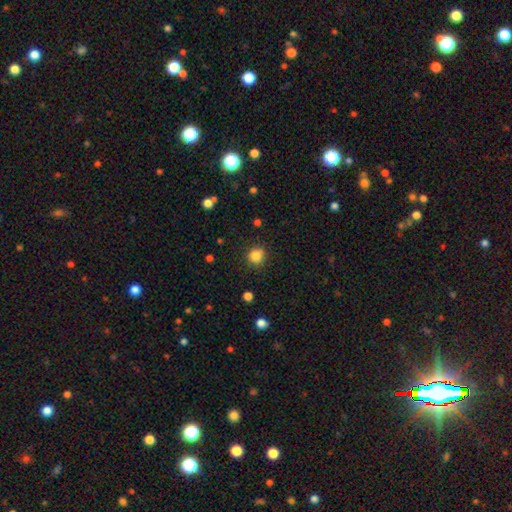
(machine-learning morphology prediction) The model was most divided on "smooth or featured": smooth: 84%, star or artifact: 12%, featured or disk: 4%. More confident: how rounded — round (87%); merging — none (85%).